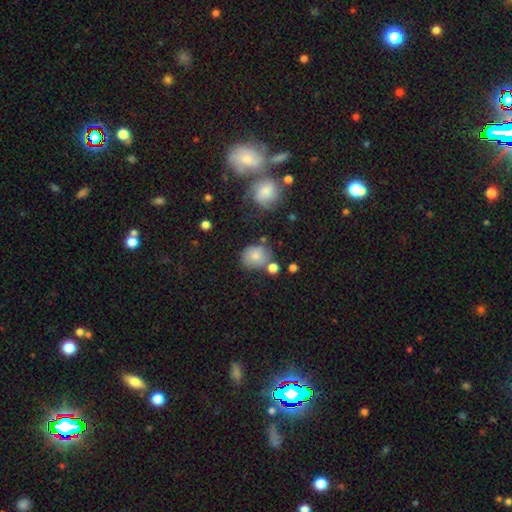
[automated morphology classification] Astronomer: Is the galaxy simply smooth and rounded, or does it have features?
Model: smooth — 76%.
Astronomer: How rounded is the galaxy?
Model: round — 72%.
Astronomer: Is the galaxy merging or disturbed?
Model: none — 59%.